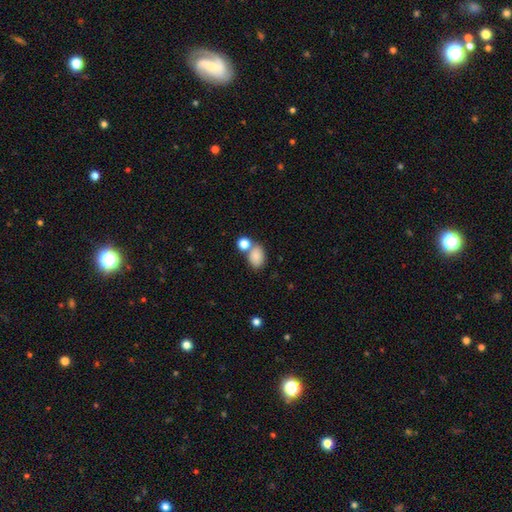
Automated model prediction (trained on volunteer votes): The model was most divided on "merging": none: 54%, merger: 29%, minor disturbance: 13%, major disturbance: 5%. More confident: smooth or featured — smooth (84%); how rounded — in between (78%).